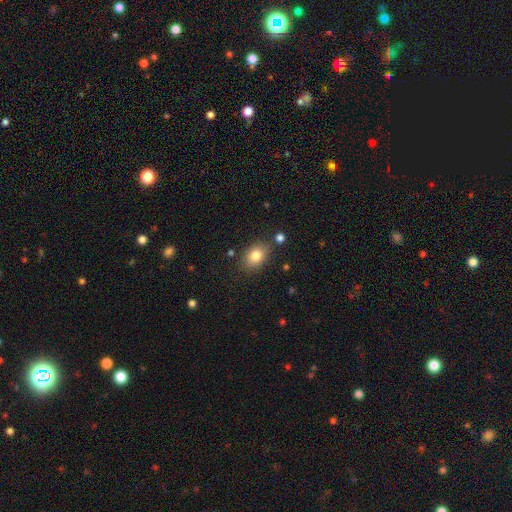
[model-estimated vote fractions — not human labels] smooth 81%, star or artifact 10%, featured or disk 9%. Down the decision tree: how rounded — in between (73%); merging — none (78%).